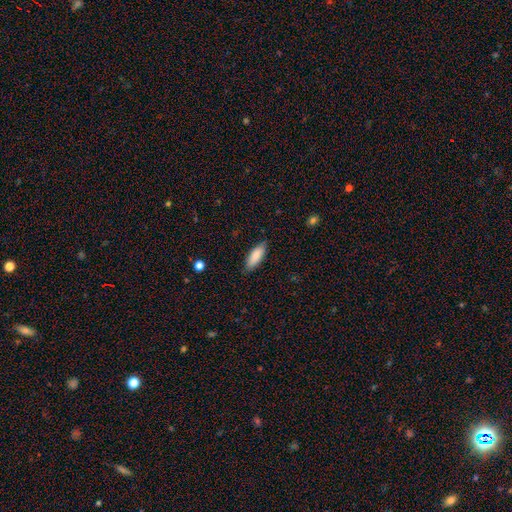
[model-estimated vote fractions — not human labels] smooth-or-featured: smooth: 85% | featured or disk: 9% | star or artifact: 6%
  how-rounded: in between: 68% | cigar-shaped: 30% | round: 2%
  merging: none: 84% | minor disturbance: 13% | major disturbance: 2% | merger: 1%